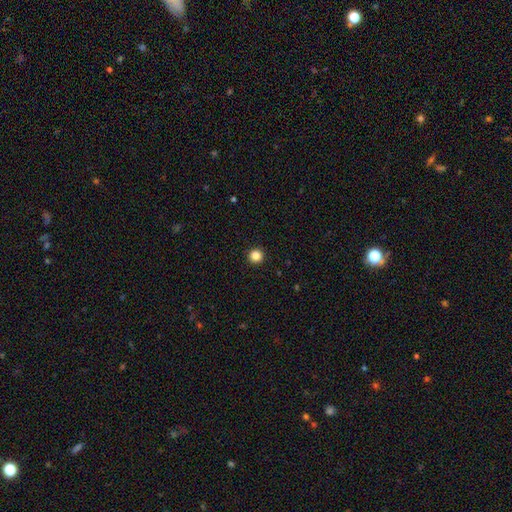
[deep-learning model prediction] smooth 85%, star or artifact 11%, featured or disk 3%. Down the decision tree: how rounded — round (96%); merging — none (94%).